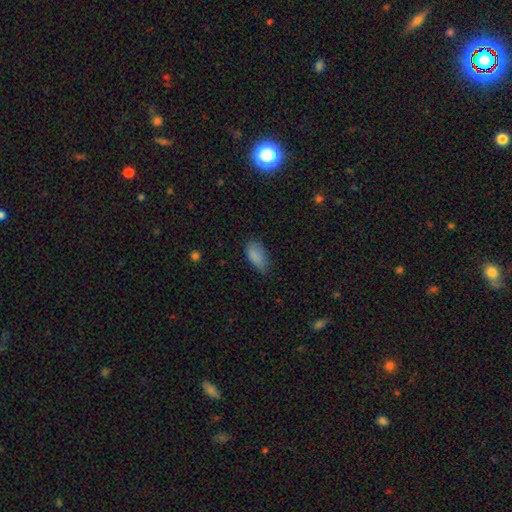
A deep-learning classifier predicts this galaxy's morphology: Smooth or featured? Predicted: smooth (p=0.86). How rounded? Predicted: in between (p=0.91). Merging? Predicted: none (p=0.57).